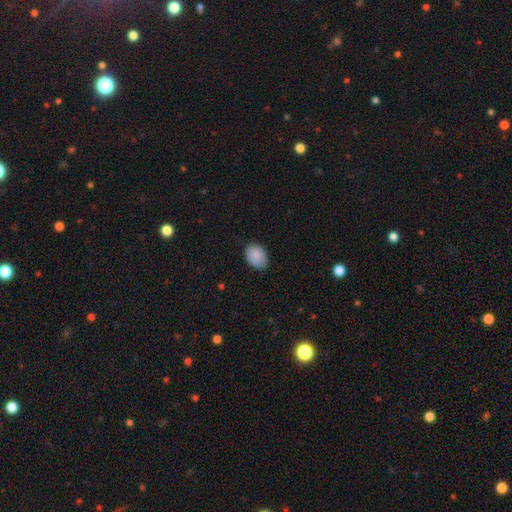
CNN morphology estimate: smooth_or_featured: smooth (p=0.86) [alt: star or artifact p=0.07]
how_rounded: in between (p=0.69) [alt: round p=0.30]
merging: none (p=0.71) [alt: minor disturbance p=0.24]